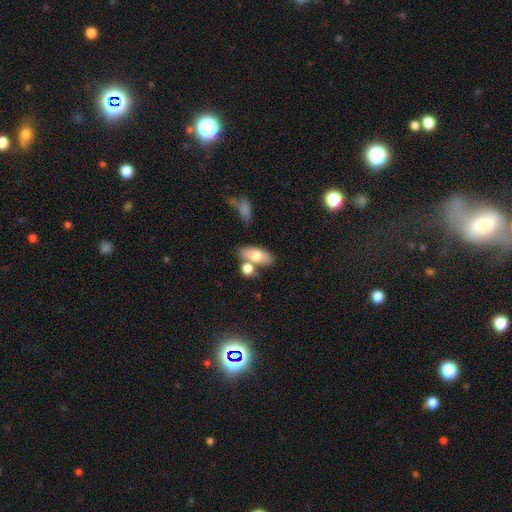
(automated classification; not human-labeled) smooth-or-featured: smooth: 76% | featured or disk: 17% | star or artifact: 7%
  how-rounded: in between: 84% | cigar-shaped: 9% | round: 6%
  merging: none: 58% | merger: 25% | minor disturbance: 12% | major disturbance: 4%